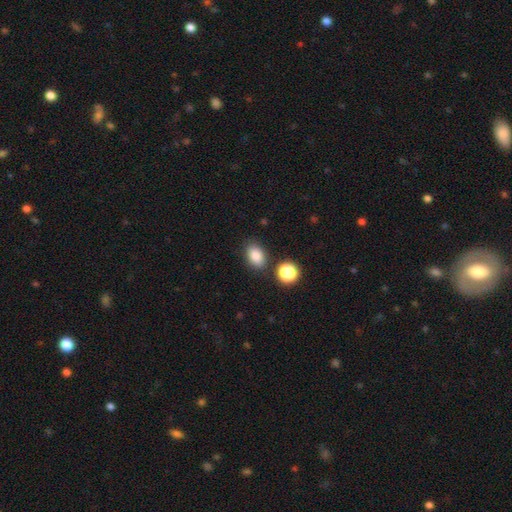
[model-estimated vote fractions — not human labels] A smooth galaxy with no disk features (84%) that is in between round and cigar-shaped (81%).

Vote fractions:
- Smooth or featured? smooth: 84% / star or artifact: 11% / featured or disk: 6%
- How rounded? in between: 81% / round: 18% / cigar-shaped: 1%
- Merging? none: 80% / minor disturbance: 11% / merger: 6% / major disturbance: 3%